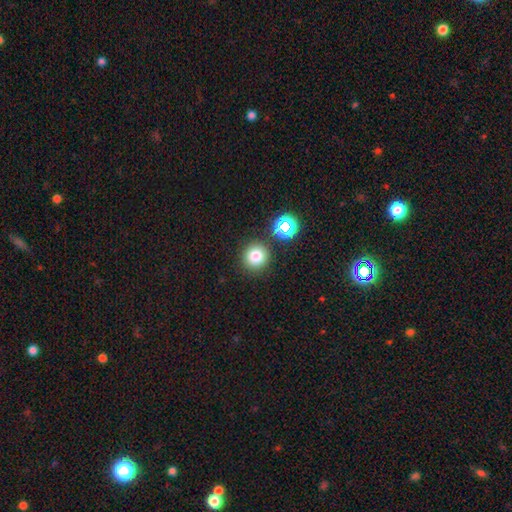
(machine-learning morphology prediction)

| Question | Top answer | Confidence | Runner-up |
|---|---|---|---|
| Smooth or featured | smooth | 78% | star or artifact (15%) |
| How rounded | round | 93% | in between (6%) |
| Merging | none | 86% | minor disturbance (7%) |